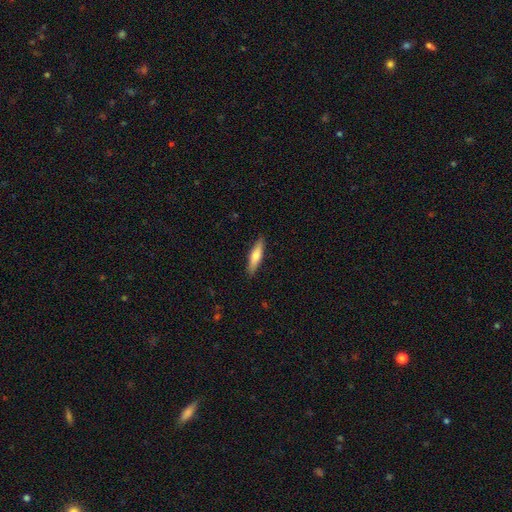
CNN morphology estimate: Q: Smooth or featured?
A: smooth (65%); runner-up: featured or disk (29%)
Q: How rounded?
A: cigar-shaped (74%); runner-up: in between (24%)
Q: Merging?
A: none (89%); runner-up: minor disturbance (8%)